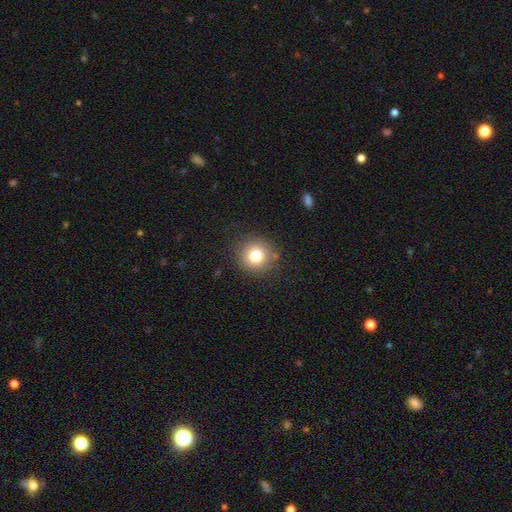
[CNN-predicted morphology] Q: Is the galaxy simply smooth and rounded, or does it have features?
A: smooth — 78%.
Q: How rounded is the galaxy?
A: round — 94%.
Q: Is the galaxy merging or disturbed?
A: none — 87%.